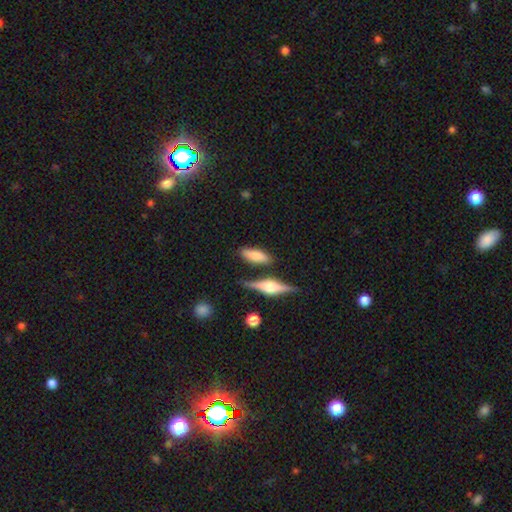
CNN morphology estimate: smooth 68%, featured or disk 24%, star or artifact 8%. Down the decision tree: how rounded — in between (64%); merging — none (71%).